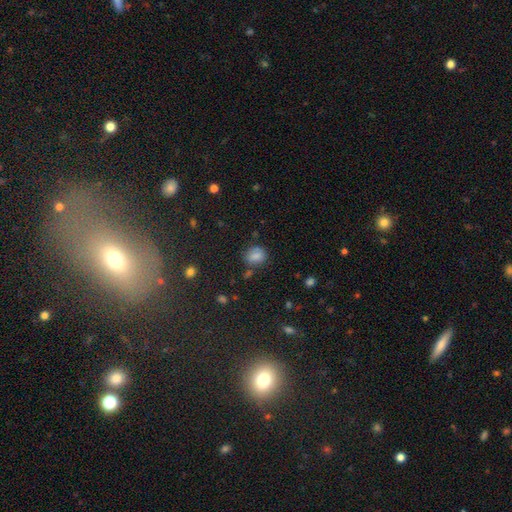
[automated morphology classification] Smooth or featured: smooth — 80% (star or artifact — 13%)
How rounded: round — 61% (in between — 38%)
Merging: none — 70% (minor disturbance — 18%)